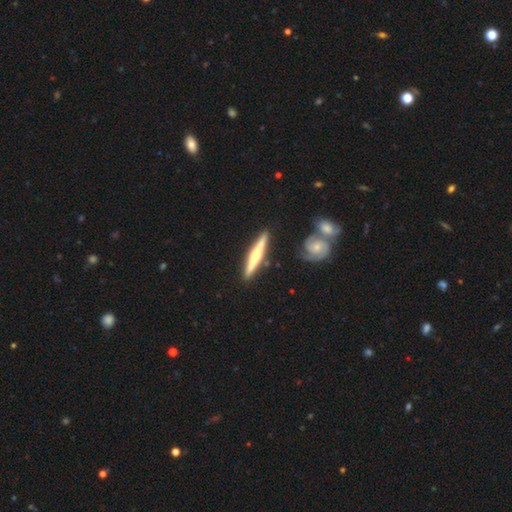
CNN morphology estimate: A featured or disk galaxy (70%) viewed edge-on (97%) with a rounded central bulge (83%). Merging: none (88%).